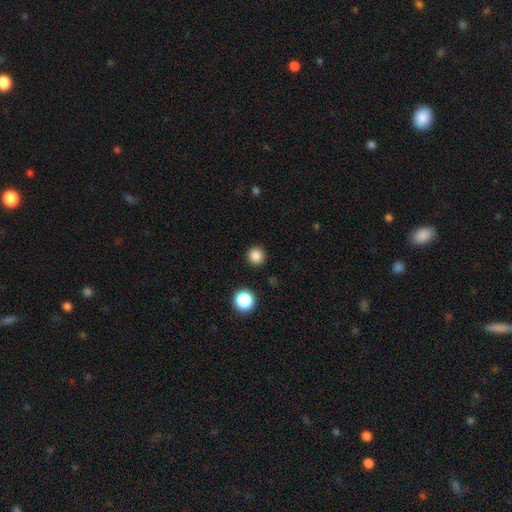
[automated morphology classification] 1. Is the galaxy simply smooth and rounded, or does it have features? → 84% smooth, 12% star or artifact, 4% featured or disk.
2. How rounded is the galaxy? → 95% round, 4% in between, 1% cigar-shaped.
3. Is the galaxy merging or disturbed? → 92% none, 5% minor disturbance, 2% major disturbance, 1% merger.